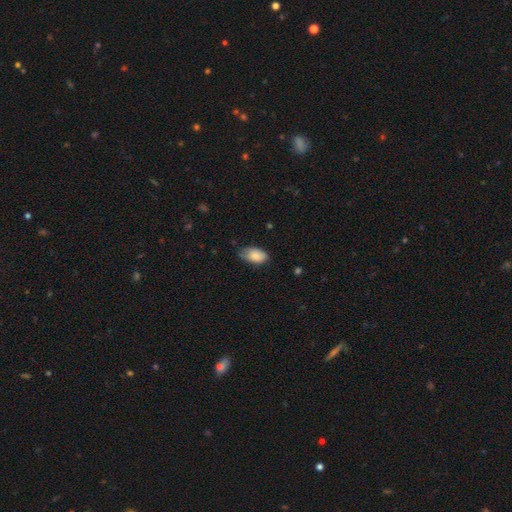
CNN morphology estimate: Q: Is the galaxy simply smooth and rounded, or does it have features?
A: smooth — 84%.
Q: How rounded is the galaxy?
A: in between — 93%.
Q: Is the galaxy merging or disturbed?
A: none — 57%.